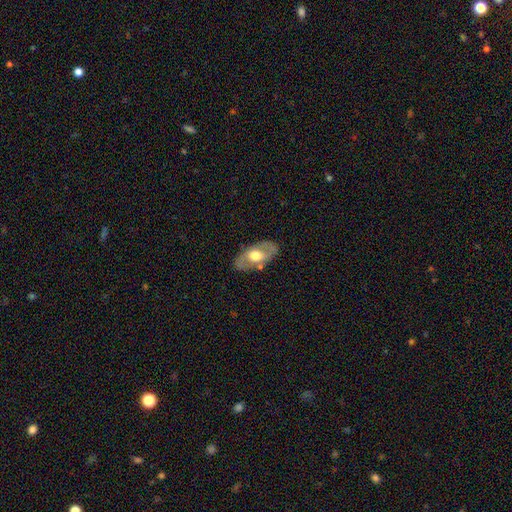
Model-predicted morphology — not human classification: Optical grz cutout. It shows a featured or disk galaxy (57%). Merging: none (79%).